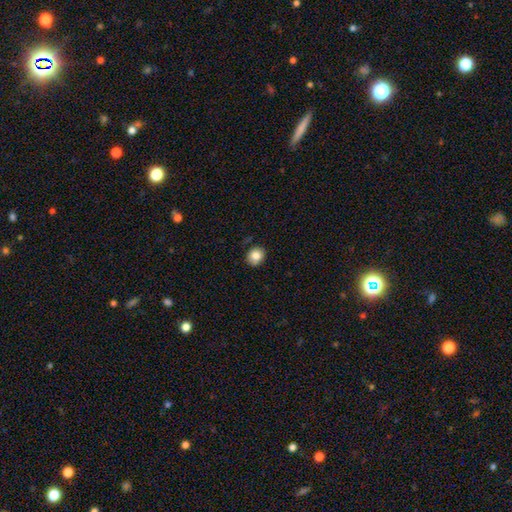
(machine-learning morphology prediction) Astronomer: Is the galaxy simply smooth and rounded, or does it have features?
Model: smooth — 84%.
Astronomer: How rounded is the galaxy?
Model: round — 71%.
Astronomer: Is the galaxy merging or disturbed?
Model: none — 83%.